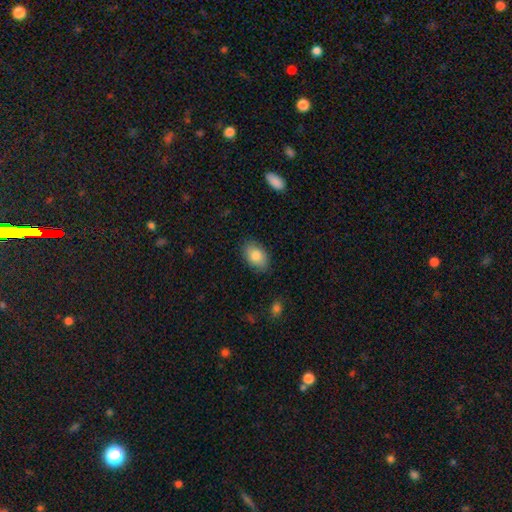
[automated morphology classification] Smooth or featured?
  - smooth: 83% *
  - featured or disk: 10%
  - star or artifact: 7%
How rounded?
  - in between: 87% *
  - round: 12%
  - cigar-shaped: 1%
Merging?
  - none: 85% *
  - minor disturbance: 12%
  - major disturbance: 3%
  - merger: 1%